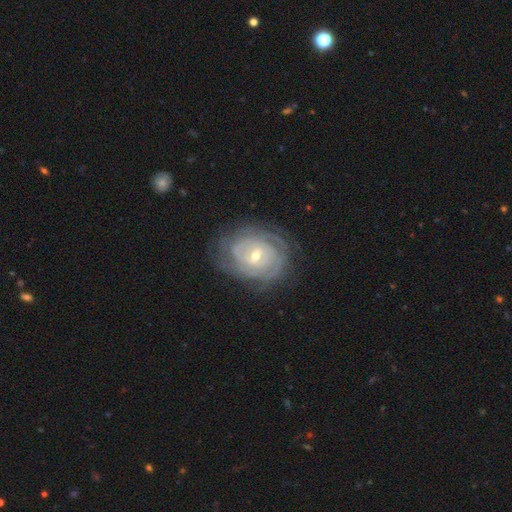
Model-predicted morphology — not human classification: This is clearly a featured or disk galaxy (85%). It is clearly not viewed edge-on (97%). Bar: marginally weak (45%). Spiral arm pattern: clearly yes (94%). Spiral arm count: marginally can't tell (41%). Spiral winding: clearly tight (80%). Central bulge: possibly small (56%). Merging: likely none (76%).